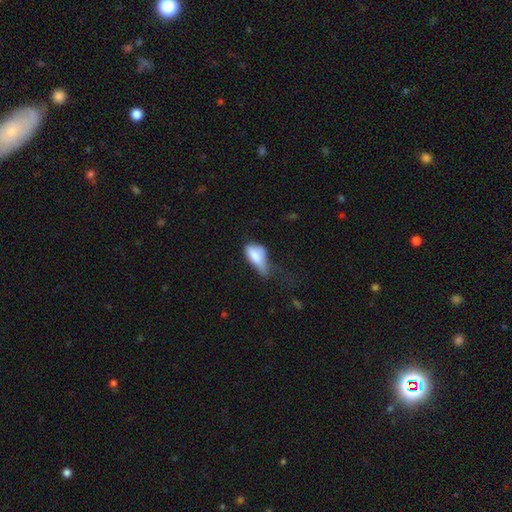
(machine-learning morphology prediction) Overall: smooth (74%). How rounded: in between (85%). Merging: major disturbance (47%; minor disturbance 32%).